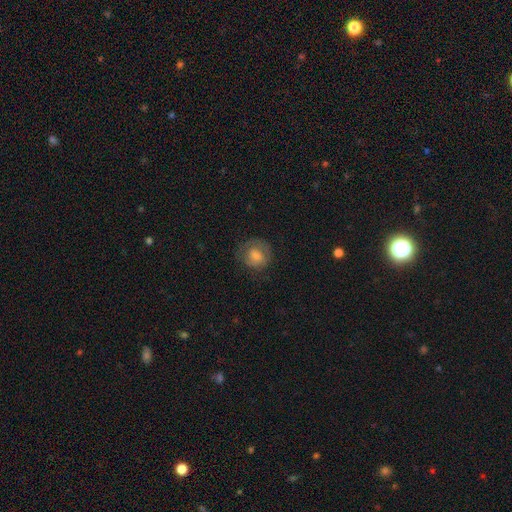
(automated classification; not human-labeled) The model was most divided on "smooth or featured": smooth: 62%, featured or disk: 28%, star or artifact: 10%. More confident: how rounded — round (74%); merging — none (71%).